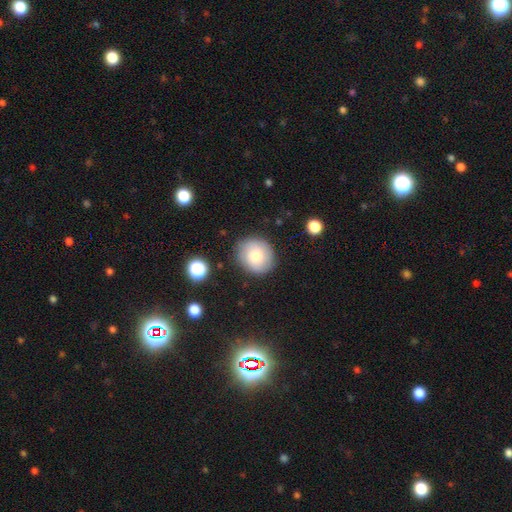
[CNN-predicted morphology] Overall: smooth (76%). How rounded: round (80%). Merging: none (84%).